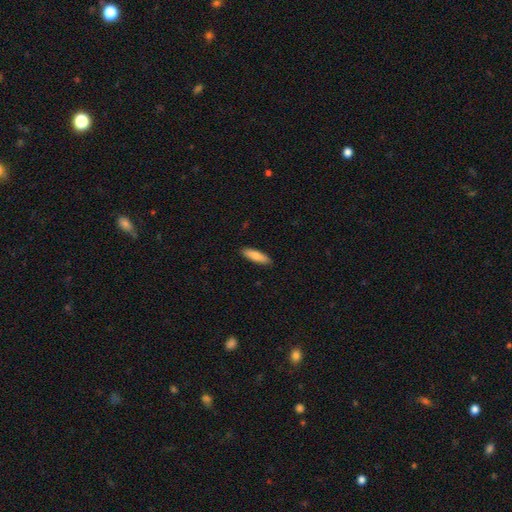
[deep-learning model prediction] Smooth or featured? Predicted: smooth (p=0.83). How rounded? Predicted: cigar-shaped (p=0.58). Merging? Predicted: none (p=0.90).